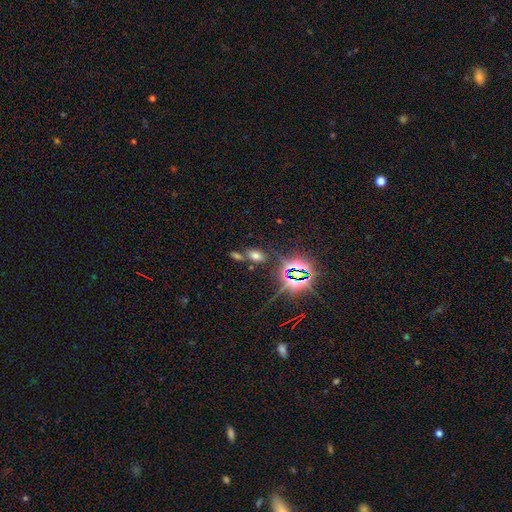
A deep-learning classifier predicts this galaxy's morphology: smooth 54%, star or artifact 35%, featured or disk 11%. Down the decision tree: how rounded — in between (87%); merging — none (63%).